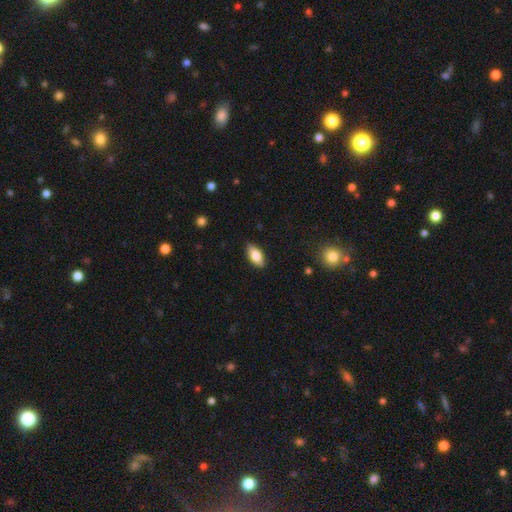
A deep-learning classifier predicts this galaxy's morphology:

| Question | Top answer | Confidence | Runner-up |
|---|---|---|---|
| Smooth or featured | smooth | 79% | featured or disk (15%) |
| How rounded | in between | 88% | cigar-shaped (9%) |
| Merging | none | 87% | minor disturbance (10%) |